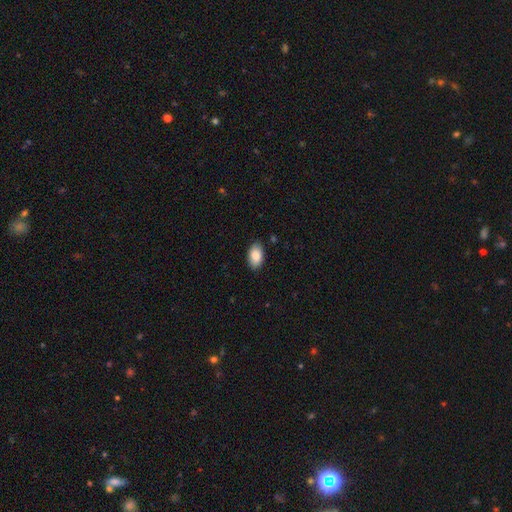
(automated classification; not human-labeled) Smooth or featured?
  - smooth: 85% *
  - featured or disk: 9%
  - star or artifact: 6%
How rounded?
  - in between: 94% *
  - round: 4%
  - cigar-shaped: 2%
Merging?
  - none: 87% *
  - minor disturbance: 10%
  - major disturbance: 2%
  - merger: 1%